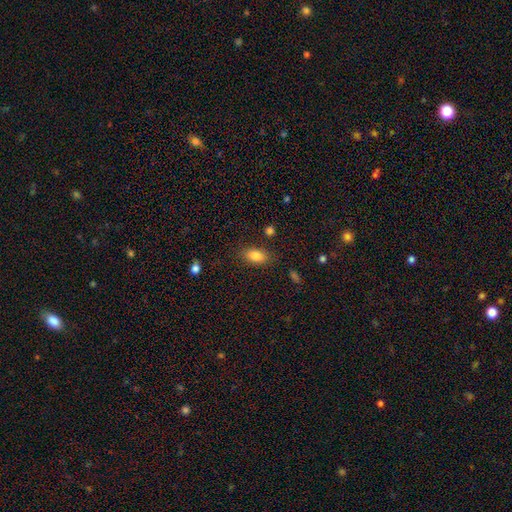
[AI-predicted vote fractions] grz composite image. It shows a smooth galaxy with no disk features (83%) that is in between round and cigar-shaped (87%). Merging: none (82%).